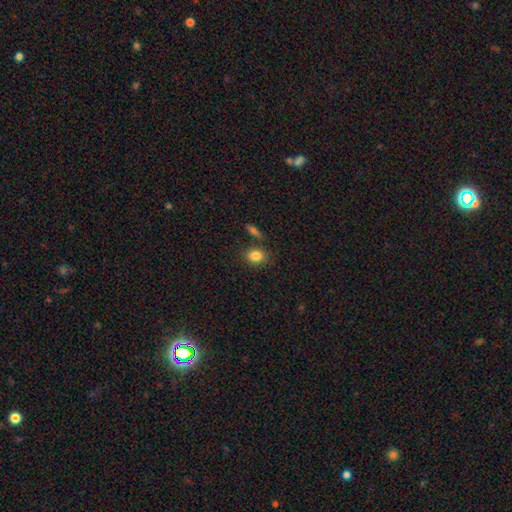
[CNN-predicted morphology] Smooth or featured: smooth — 84% (star or artifact — 10%)
How rounded: in between — 49% (tied with round — 49%)
Merging: none — 75% (minor disturbance — 12%)